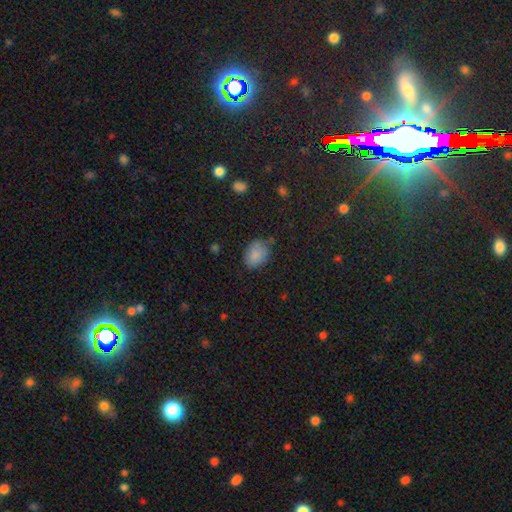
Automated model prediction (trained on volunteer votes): A smooth galaxy with no disk features (84%) that is in between round and cigar-shaped (69%). Merging: none (69%).